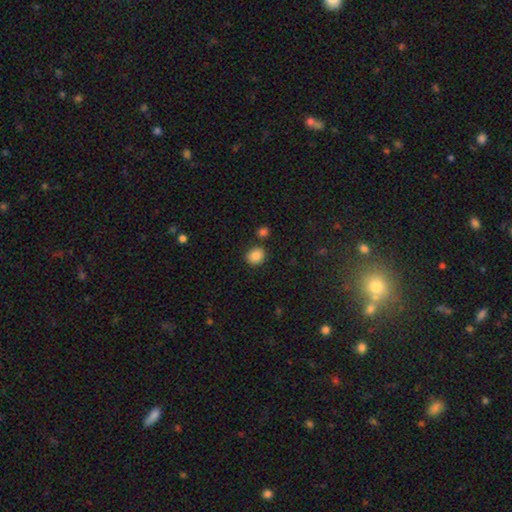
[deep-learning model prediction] Smooth or featured? Predicted: smooth (p=0.86). How rounded? Predicted: round (p=0.73). Merging? Predicted: none (p=0.80).